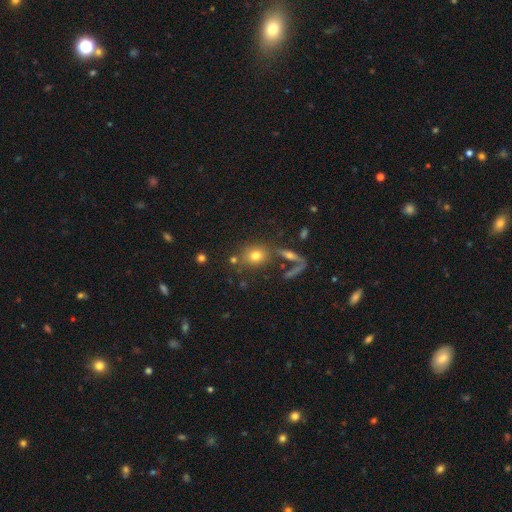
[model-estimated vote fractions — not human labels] Overall: smooth (74%). How rounded: round (66%; in between 31%). Merging: none (66%).